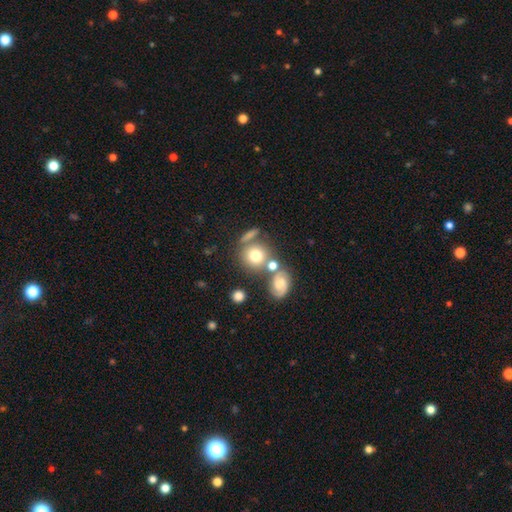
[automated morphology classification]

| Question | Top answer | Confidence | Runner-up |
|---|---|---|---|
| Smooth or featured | smooth | 71% | featured or disk (19%) |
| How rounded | round | 81% | in between (17%) |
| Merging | none | 58% | merger (25%) |